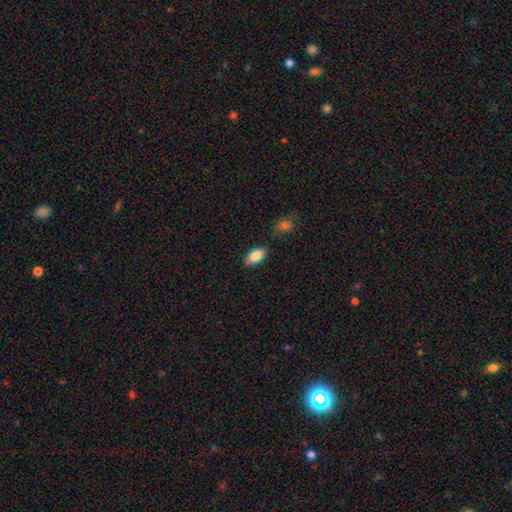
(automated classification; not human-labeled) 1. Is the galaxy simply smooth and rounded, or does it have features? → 86% smooth, 7% star or artifact, 7% featured or disk.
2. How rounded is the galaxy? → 93% in between, 4% cigar-shaped, 3% round.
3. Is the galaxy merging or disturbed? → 81% none, 14% minor disturbance, 3% merger, 3% major disturbance.